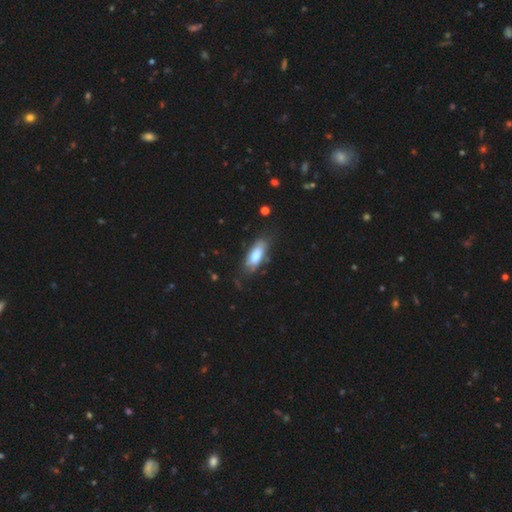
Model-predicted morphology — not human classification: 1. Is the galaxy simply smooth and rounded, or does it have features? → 69% smooth, 24% featured or disk, 7% star or artifact.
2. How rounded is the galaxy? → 75% in between, 23% cigar-shaped, 2% round.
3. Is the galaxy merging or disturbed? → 64% none, 24% minor disturbance, 10% major disturbance, 2% merger.